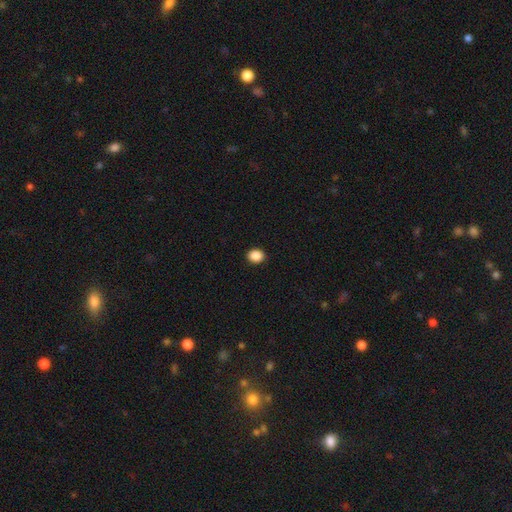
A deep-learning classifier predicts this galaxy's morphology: smooth 88%, star or artifact 9%, featured or disk 3%. Down the decision tree: how rounded — round (57%); merging — none (92%).